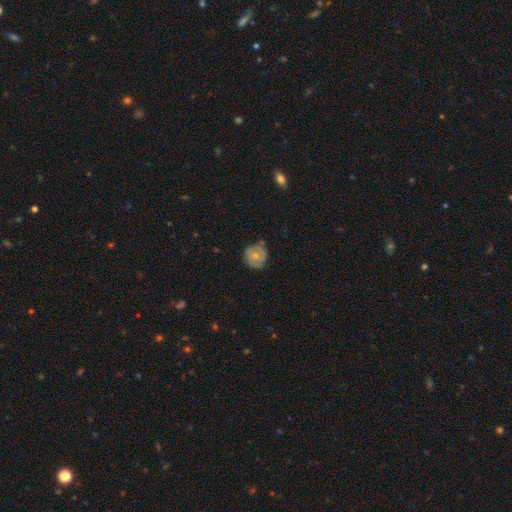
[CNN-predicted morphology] Smooth or featured? Predicted: smooth (p=0.57). How rounded? Predicted: round (p=0.84). Merging? Predicted: none (p=0.60).